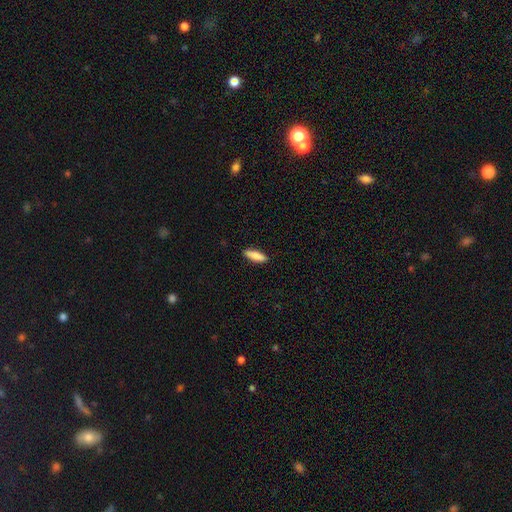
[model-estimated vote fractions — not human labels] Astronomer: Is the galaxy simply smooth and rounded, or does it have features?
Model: smooth — 85%.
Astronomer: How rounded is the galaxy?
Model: cigar-shaped — 55% (runner-up: in between, 43%).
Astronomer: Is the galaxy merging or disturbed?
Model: none — 89%.